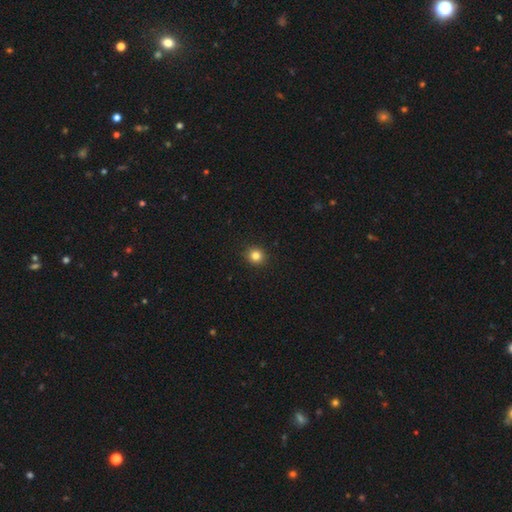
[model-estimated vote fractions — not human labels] Smooth or featured? smooth (82%)
How rounded? round (89%)
Merging? none (92%)